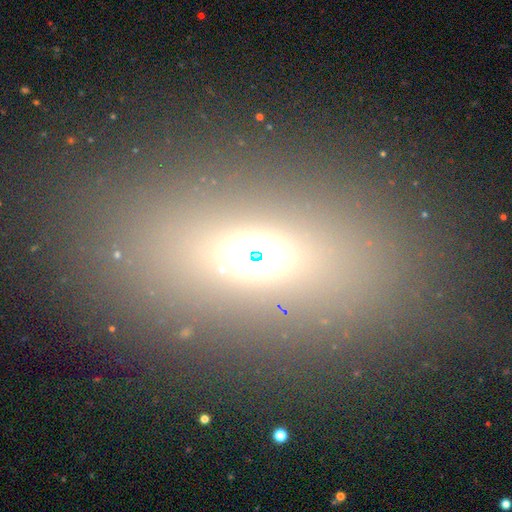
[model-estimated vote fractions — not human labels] Smooth or featured: smooth — 49% (star or artifact — 29%)
Merging: none — 82% (minor disturbance — 9%)